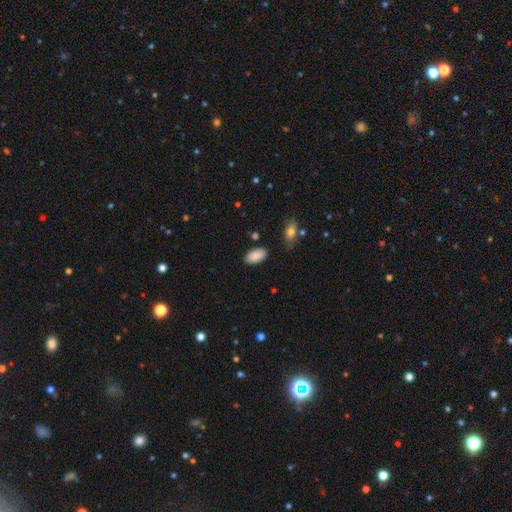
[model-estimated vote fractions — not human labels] This is clearly a smooth galaxy (89%). How rounded: clearly in between (95%). Merging: clearly none (85%).